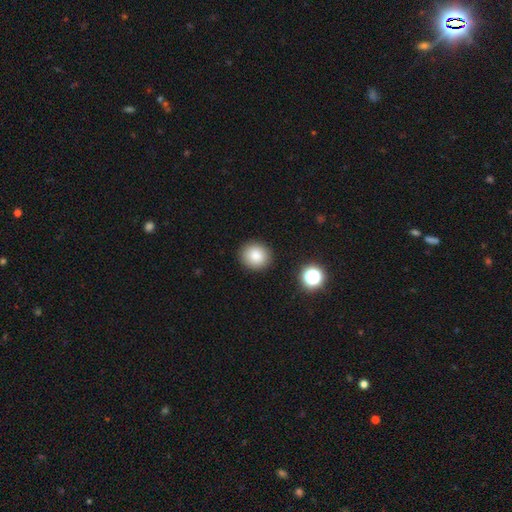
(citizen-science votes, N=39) smooth_or_featured: smooth (p=0.87) [alt: star or artifact p=0.10]
how_rounded: round (p=0.85) [alt: in between p=0.15]
merging: none (p=0.86) [alt: minor disturbance p=0.09]